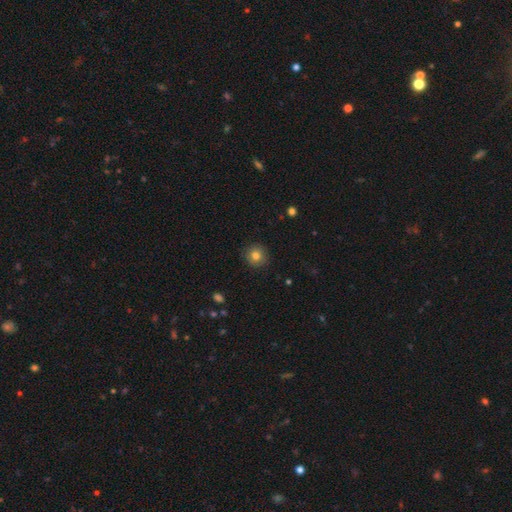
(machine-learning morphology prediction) A smooth galaxy with no disk features (81%) that is round (93%).

Vote fractions:
- Smooth or featured? smooth: 81% / star or artifact: 11% / featured or disk: 9%
- How rounded? round: 93% / in between: 6% / cigar-shaped: 1%
- Merging? none: 90% / minor disturbance: 7% / major disturbance: 2% / merger: 1%